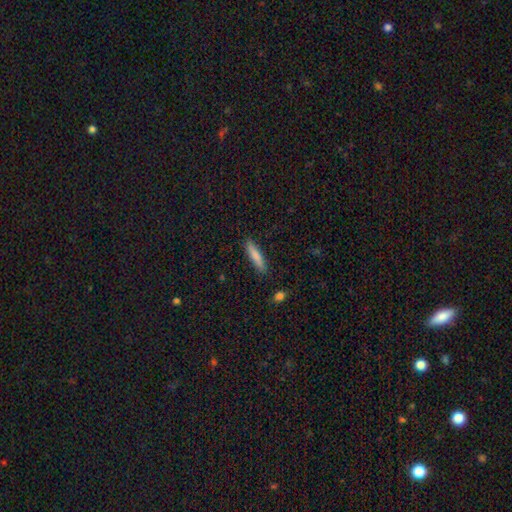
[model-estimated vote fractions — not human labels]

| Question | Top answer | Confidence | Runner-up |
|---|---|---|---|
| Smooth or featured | smooth | 82% | featured or disk (12%) |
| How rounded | cigar-shaped | 83% | in between (15%) |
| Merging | none | 88% | minor disturbance (9%) |